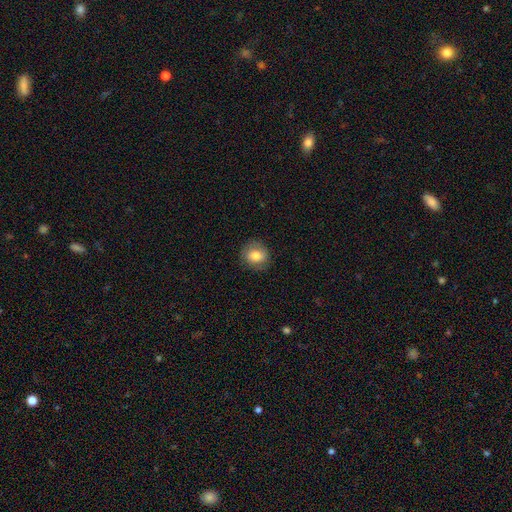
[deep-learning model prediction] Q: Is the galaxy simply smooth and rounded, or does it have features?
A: smooth — 75%.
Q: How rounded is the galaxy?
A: round — 72%.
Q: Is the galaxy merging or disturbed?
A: none — 83%.